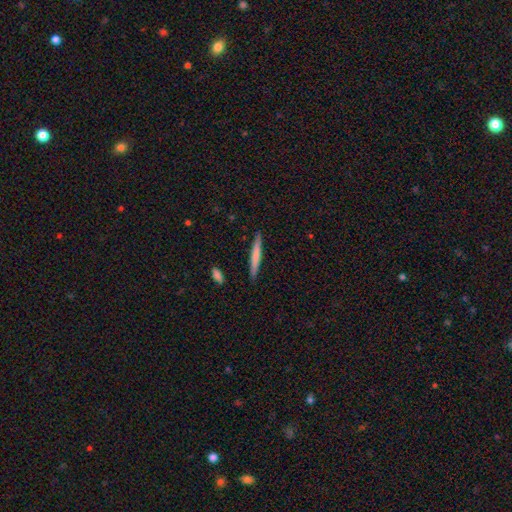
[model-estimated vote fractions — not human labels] Smooth or featured? Predicted: smooth (p=0.67). How rounded? Predicted: cigar-shaped (p=0.96). Merging? Predicted: none (p=0.90).